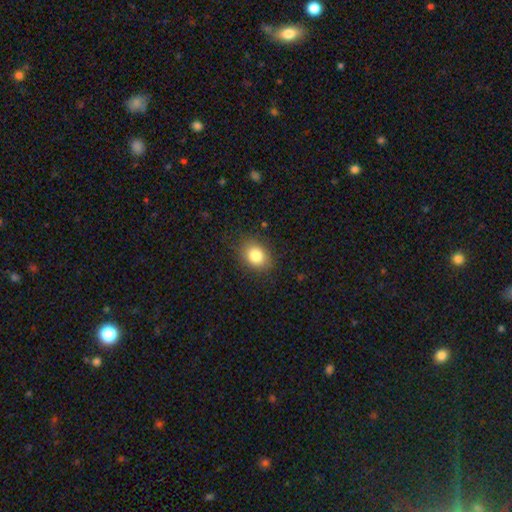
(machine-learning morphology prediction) Q: Smooth or featured?
A: smooth (83%); runner-up: star or artifact (10%)
Q: How rounded?
A: in between (61%); runner-up: round (38%)
Q: Merging?
A: none (84%); runner-up: minor disturbance (12%)